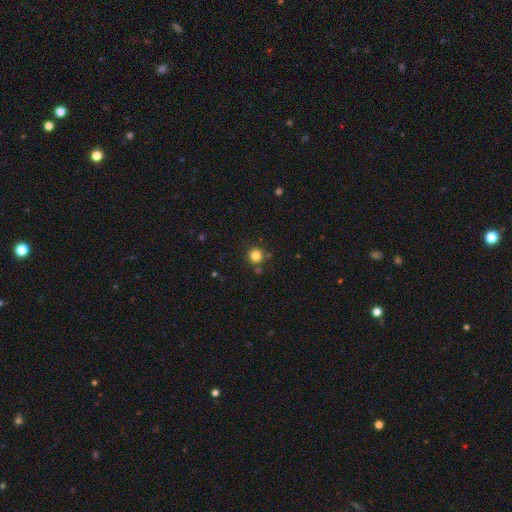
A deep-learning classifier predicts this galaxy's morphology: Smooth or featured? Predicted: smooth (p=0.83). How rounded? Predicted: round (p=0.94). Merging? Predicted: none (p=0.84).